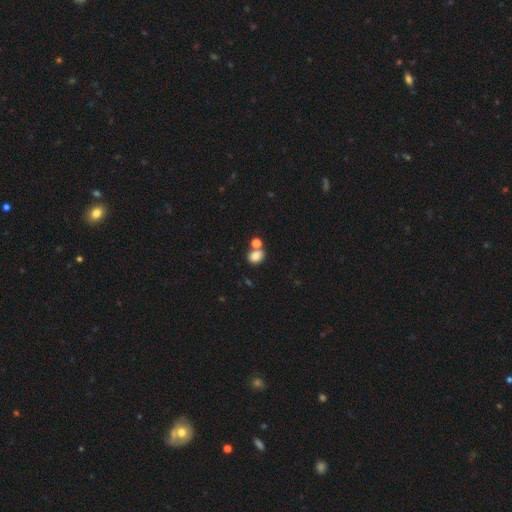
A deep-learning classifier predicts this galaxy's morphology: This is clearly a smooth galaxy (81%). How rounded: possibly in between (54%). Merging: possibly none (52%).